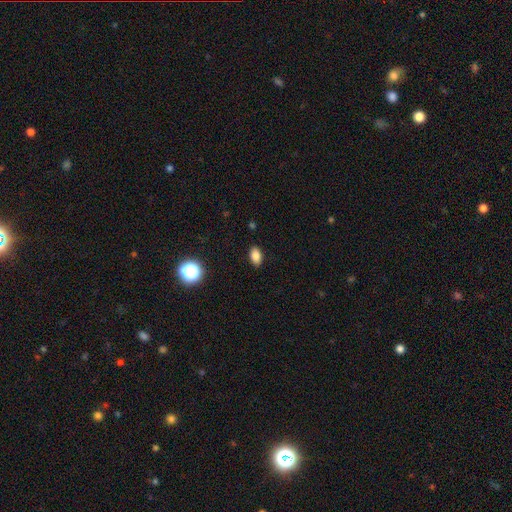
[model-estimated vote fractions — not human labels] Morphology: type=smooth (83%); roundness=in between (88%); merging=none (89%).